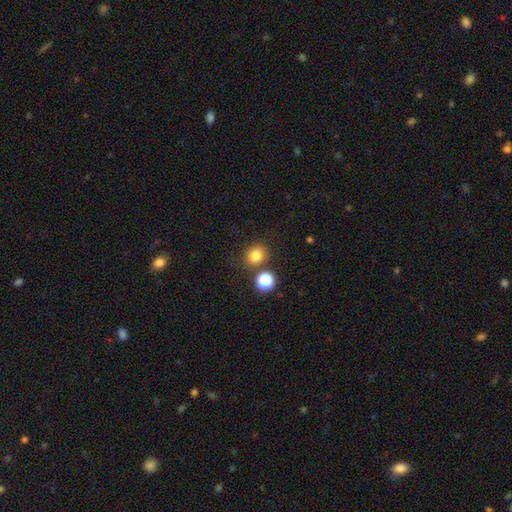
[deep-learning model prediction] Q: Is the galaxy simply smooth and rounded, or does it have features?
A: smooth — 79%.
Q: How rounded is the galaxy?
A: round — 77%.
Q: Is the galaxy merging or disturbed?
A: none — 78%.